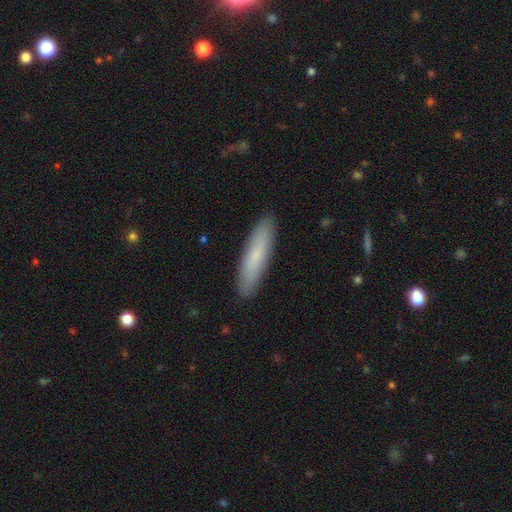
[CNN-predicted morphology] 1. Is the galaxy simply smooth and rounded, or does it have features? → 74% smooth, 20% featured or disk, 6% star or artifact.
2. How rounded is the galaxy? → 79% cigar-shaped, 20% in between, 1% round.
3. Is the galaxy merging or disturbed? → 90% none, 8% minor disturbance, 2% major disturbance, 1% merger.